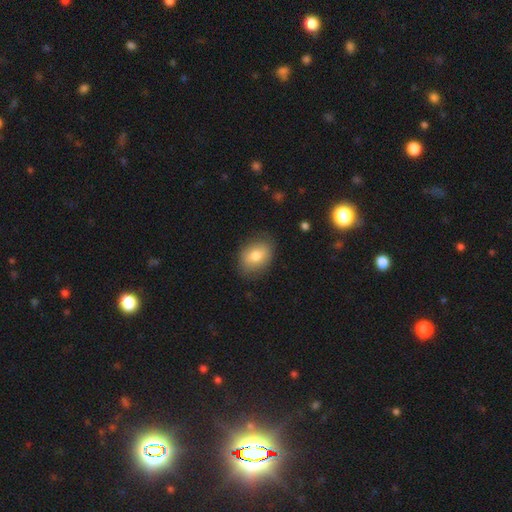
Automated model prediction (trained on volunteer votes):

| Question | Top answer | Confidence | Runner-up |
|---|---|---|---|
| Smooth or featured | smooth | 75% | featured or disk (18%) |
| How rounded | in between | 71% | round (28%) |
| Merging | none | 79% | minor disturbance (16%) |